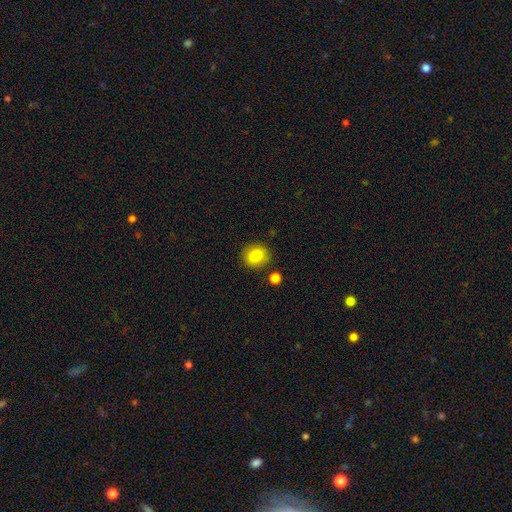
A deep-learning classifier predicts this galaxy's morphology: Overall: smooth (86%). How rounded: round (66%; in between 33%). Merging: none (82%).